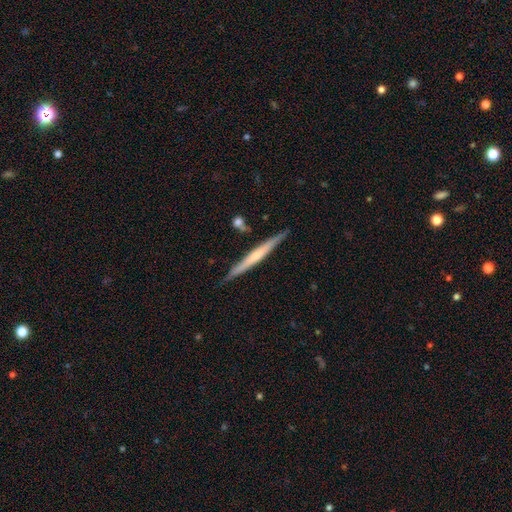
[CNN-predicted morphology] smooth_or_featured: featured or disk (p=0.58) [alt: smooth p=0.37]
disk_edge_on: yes (p=0.97) [alt: no p=0.03]
edge_on_bulge: none (p=0.52) [alt: rounded p=0.41]
merging: none (p=0.85) [alt: minor disturbance p=0.10]